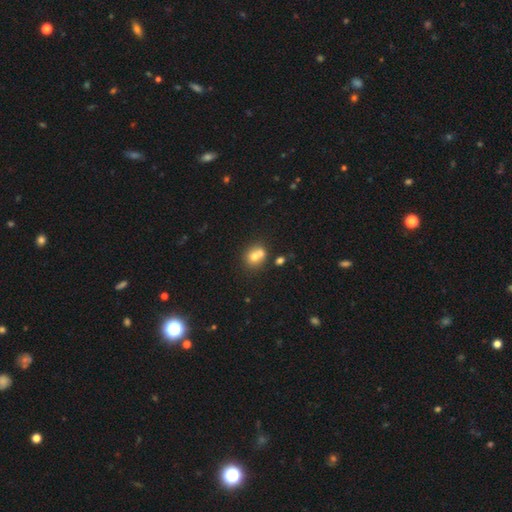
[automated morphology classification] Smooth or featured?
  - smooth: 67% *
  - featured or disk: 21%
  - star or artifact: 12%
How rounded?
  - round: 74% *
  - in between: 25%
  - cigar-shaped: 1%
Merging?
  - merger: 55% *
  - none: 35%
  - minor disturbance: 7%
  - major disturbance: 3%